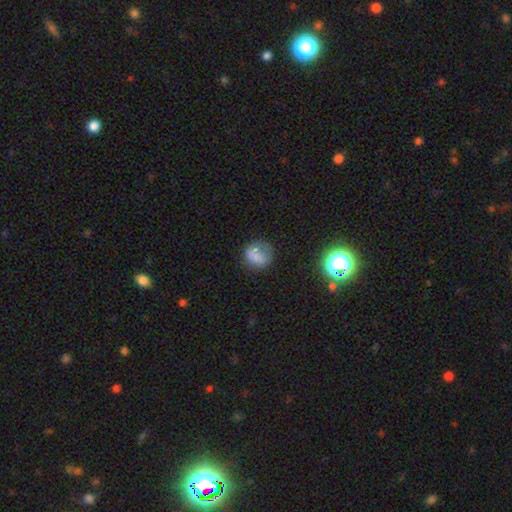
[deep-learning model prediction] smooth 73%, featured or disk 15%, star or artifact 12%. Down the decision tree: how rounded — round (77%); merging — none (55%).